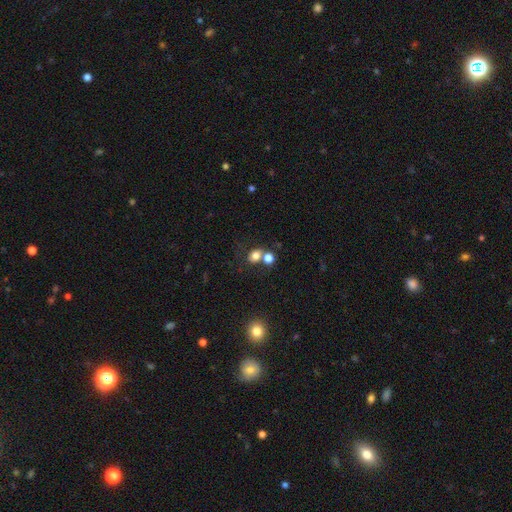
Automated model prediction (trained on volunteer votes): Smooth or featured: smooth — 76% (star or artifact — 14%)
How rounded: round — 60% (in between — 39%)
Merging: none — 48% (merger — 35%)